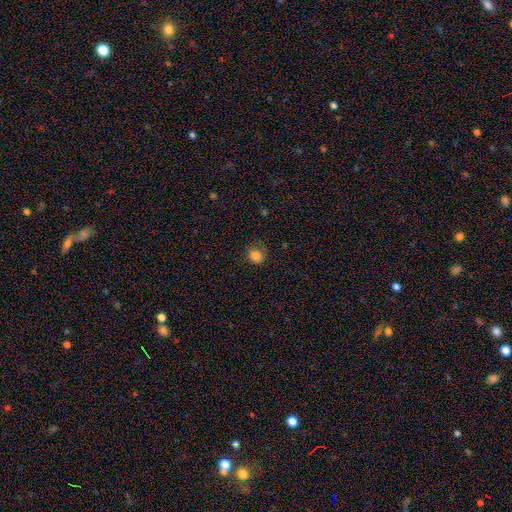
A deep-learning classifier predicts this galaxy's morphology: A smooth galaxy with no disk features (83%) that is round (83%).

Vote fractions:
- Smooth or featured? smooth: 83% / star or artifact: 12% / featured or disk: 6%
- How rounded? round: 83% / in between: 16% / cigar-shaped: 1%
- Merging? none: 72% / minor disturbance: 20% / major disturbance: 6% / merger: 1%